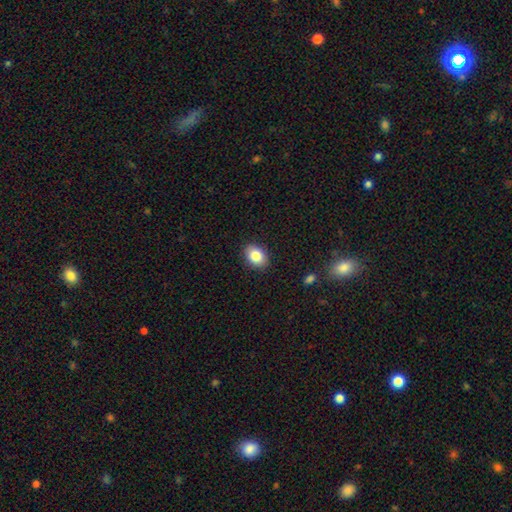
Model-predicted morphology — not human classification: type=smooth (83%); roundness=in between (72%); merging=none (89%).